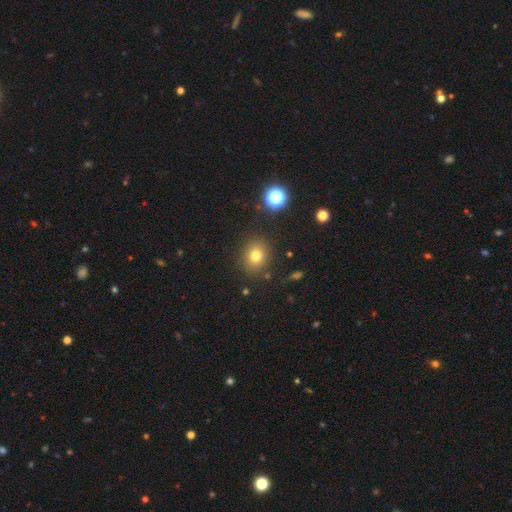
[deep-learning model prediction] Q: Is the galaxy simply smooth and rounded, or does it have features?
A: smooth — 77%.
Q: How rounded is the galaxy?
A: round — 66%.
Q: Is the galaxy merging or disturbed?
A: none — 85%.